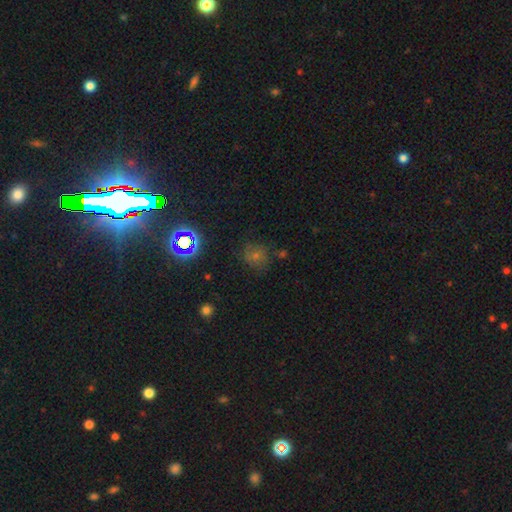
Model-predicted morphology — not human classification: Smooth or featured?
  - star or artifact: 45% *
  - smooth: 40%
  - featured or disk: 15%